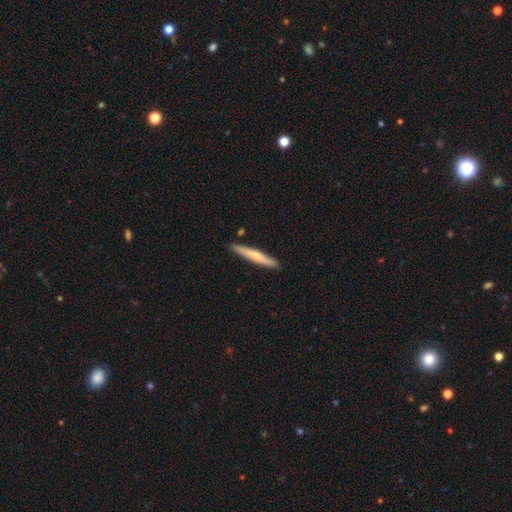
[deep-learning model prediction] This appears to be a smooth galaxy with no disk features (58%) that is cigar-shaped (94%). Merging: none (89%).